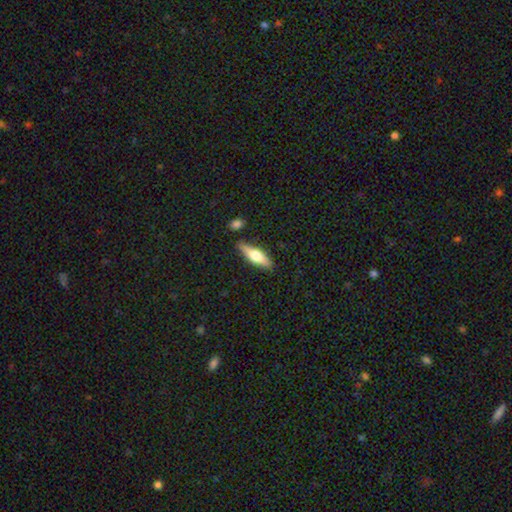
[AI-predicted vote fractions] This appears to be a smooth galaxy with no disk features (56%) that is cigar-shaped (56%). Merging: none (82%).